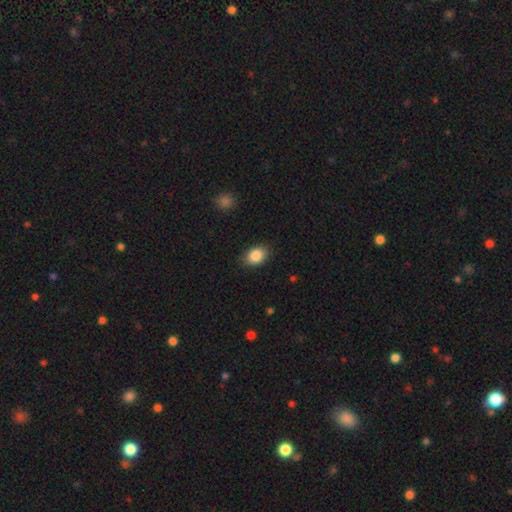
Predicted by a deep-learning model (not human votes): A smooth galaxy with no disk features (88%) that is in between round and cigar-shaped (79%).

Vote fractions:
- Smooth or featured? smooth: 88% / star or artifact: 7% / featured or disk: 5%
- How rounded? in between: 79% / round: 20% / cigar-shaped: 1%
- Merging? none: 85% / minor disturbance: 11% / major disturbance: 2% / merger: 1%